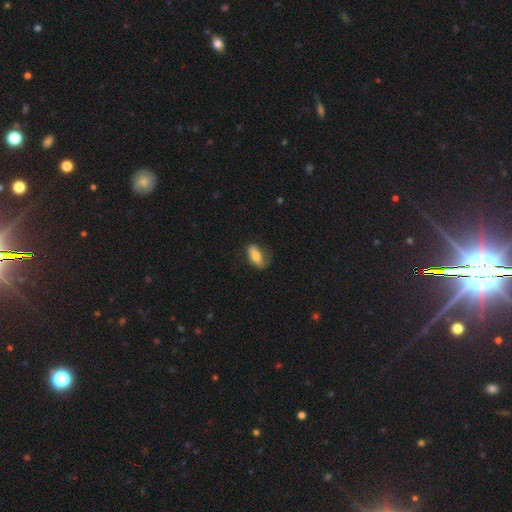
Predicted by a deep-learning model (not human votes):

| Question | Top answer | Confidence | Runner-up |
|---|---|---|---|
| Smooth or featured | smooth | 69% | featured or disk (24%) |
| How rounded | in between | 84% | cigar-shaped (12%) |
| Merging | none | 57% | minor disturbance (28%) |